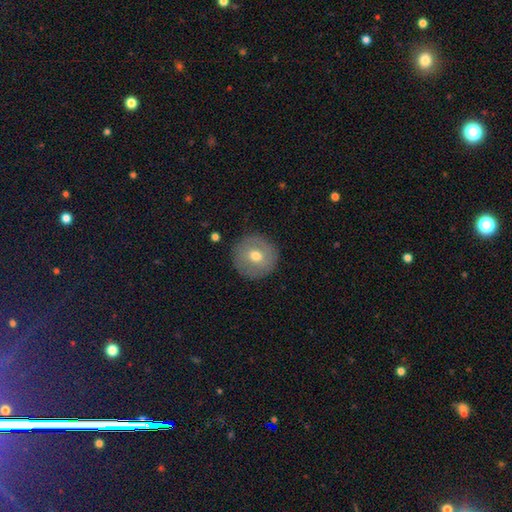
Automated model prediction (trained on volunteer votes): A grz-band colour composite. It shows a smooth galaxy with no disk features (60%) that is round (95%). Merging: none (88%).